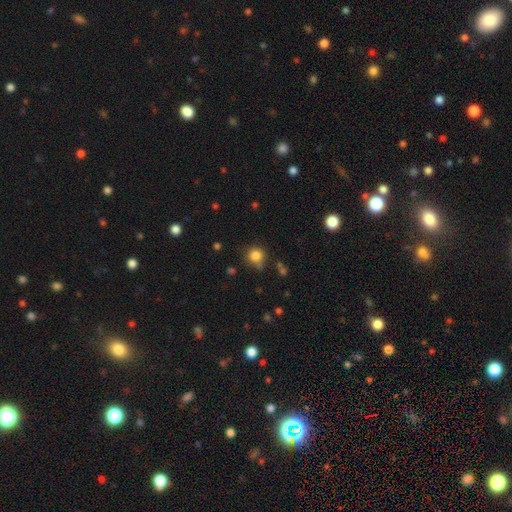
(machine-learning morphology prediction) smooth 82%, star or artifact 12%, featured or disk 5%. Down the decision tree: how rounded — round (89%); merging — none (70%).